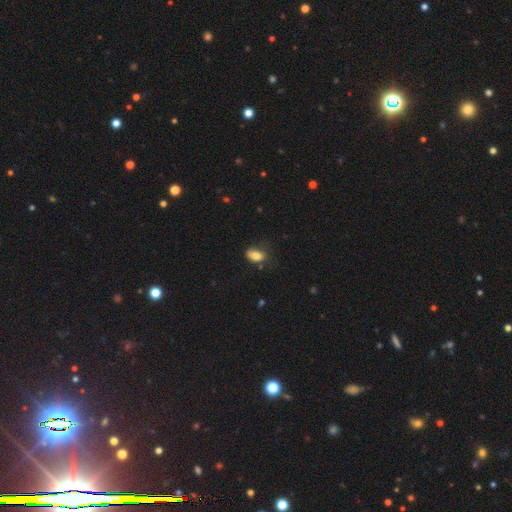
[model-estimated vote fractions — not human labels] Overall: smooth (80%). How rounded: in between (87%). Merging: none (51%; minor disturbance 33%).